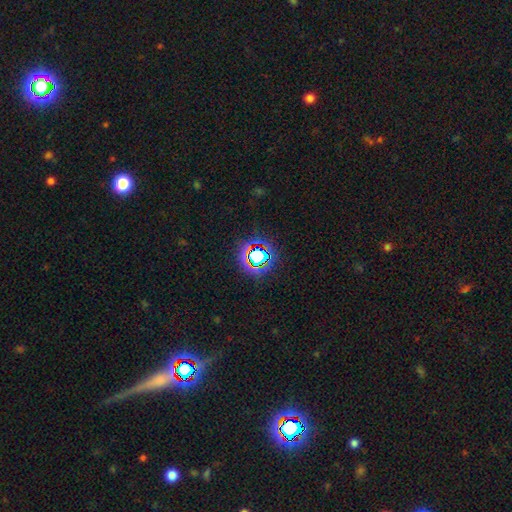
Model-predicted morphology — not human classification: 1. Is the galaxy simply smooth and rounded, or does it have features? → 64% star or artifact, 25% smooth, 11% featured or disk.